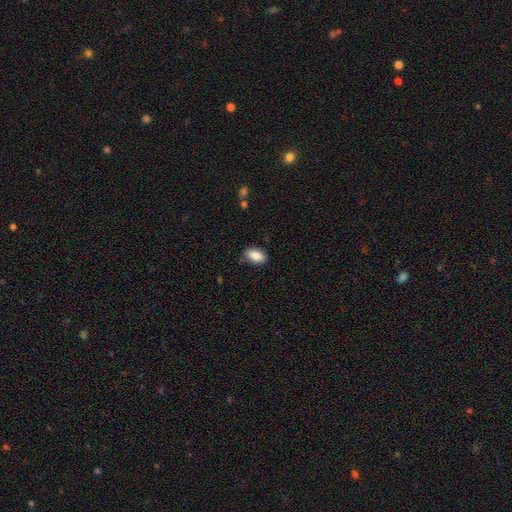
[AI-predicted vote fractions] This is clearly a smooth galaxy (88%). How rounded: clearly in between (93%). Merging: clearly none (82%).